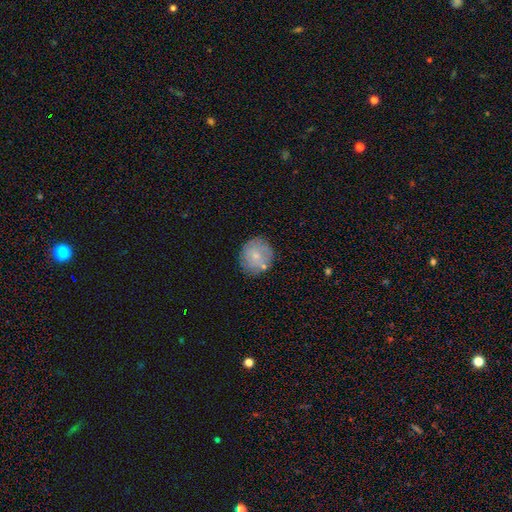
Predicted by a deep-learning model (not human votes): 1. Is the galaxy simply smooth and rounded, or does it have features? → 60% smooth, 32% featured or disk, 8% star or artifact.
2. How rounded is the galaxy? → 91% round, 8% in between, 1% cigar-shaped.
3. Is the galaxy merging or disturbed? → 76% none, 15% minor disturbance, 5% merger, 4% major disturbance.